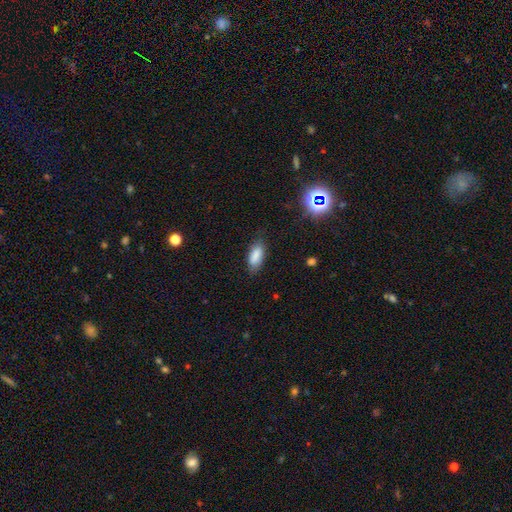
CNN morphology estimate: Overall: smooth (84%). How rounded: in between (80%). Merging: none (76%).